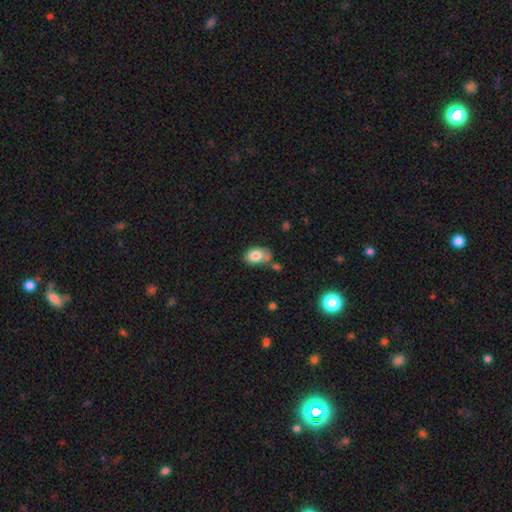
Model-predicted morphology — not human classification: A smooth galaxy with no disk features (80%) that is in between round and cigar-shaped (86%).

Vote fractions:
- Smooth or featured? smooth: 80% / featured or disk: 12% / star or artifact: 8%
- How rounded? in between: 86% / round: 13% / cigar-shaped: 1%
- Merging? none: 50% / minor disturbance: 25% / merger: 18% / major disturbance: 8%